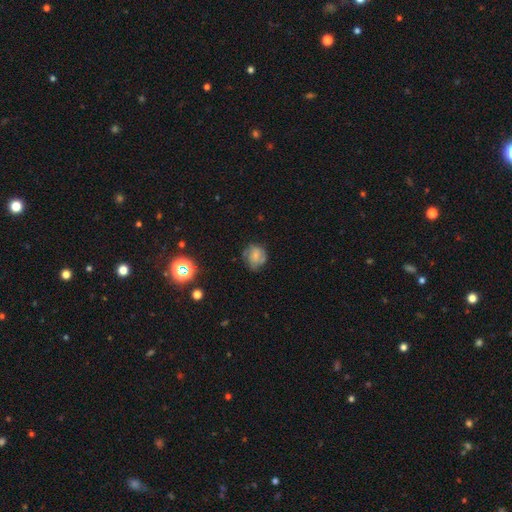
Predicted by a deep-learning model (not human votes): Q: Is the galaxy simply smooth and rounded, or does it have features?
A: smooth — 48%.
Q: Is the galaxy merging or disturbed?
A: none — 67%.